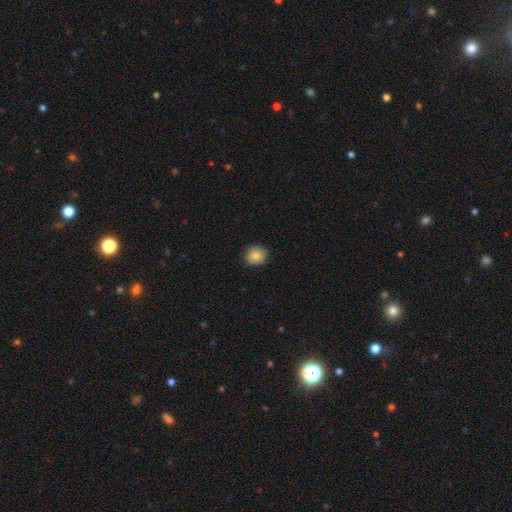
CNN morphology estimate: This is clearly a smooth galaxy (81%). How rounded: clearly round (85%). Merging: clearly none (84%).